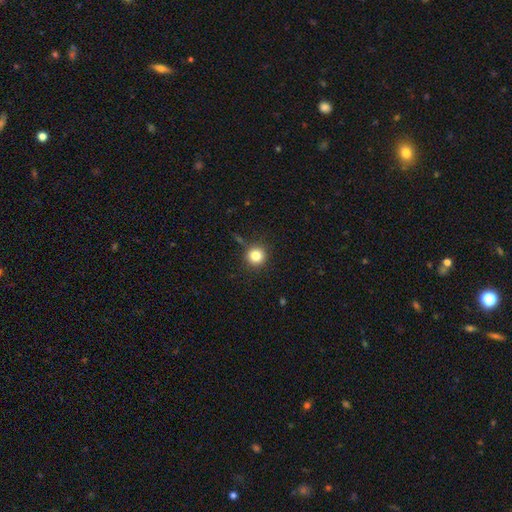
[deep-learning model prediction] This appears to be a smooth galaxy with no disk features (82%) that is round (94%). Merging: none (85%).